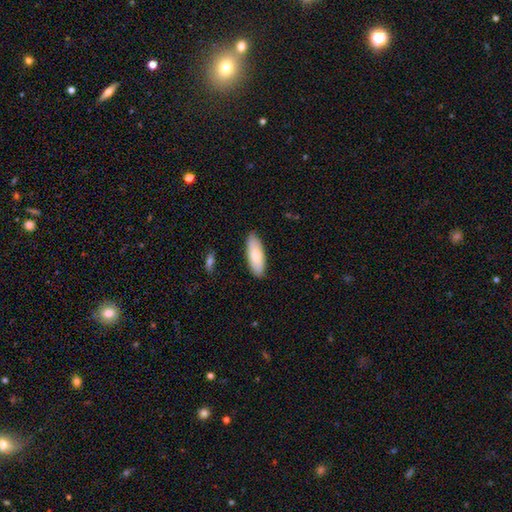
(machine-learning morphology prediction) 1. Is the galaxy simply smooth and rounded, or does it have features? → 79% smooth, 16% featured or disk, 5% star or artifact.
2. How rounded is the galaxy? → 71% in between, 27% cigar-shaped, 2% round.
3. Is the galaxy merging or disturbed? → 87% none, 10% minor disturbance, 2% major disturbance, 1% merger.